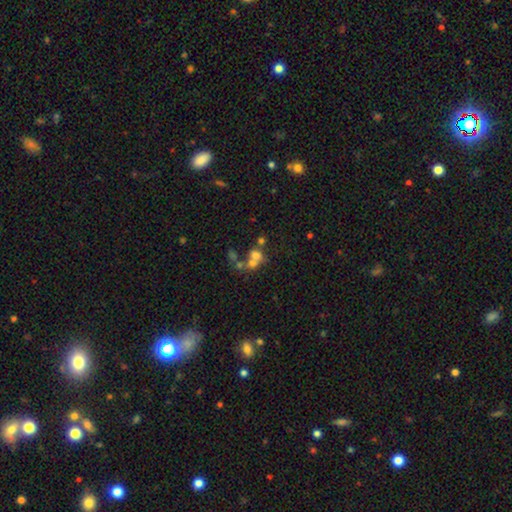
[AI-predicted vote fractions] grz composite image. It shows a smooth galaxy with no disk features (58%) that is round (68%). Merging: merger (55%).